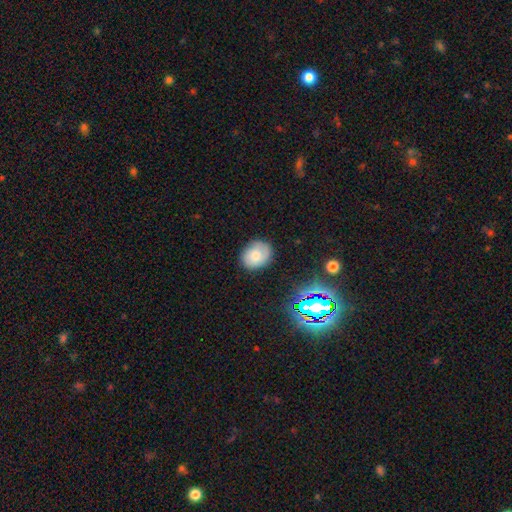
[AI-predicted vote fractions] A smooth galaxy with no disk features (74%) that is in between round and cigar-shaped (51%). Merging: none (81%).